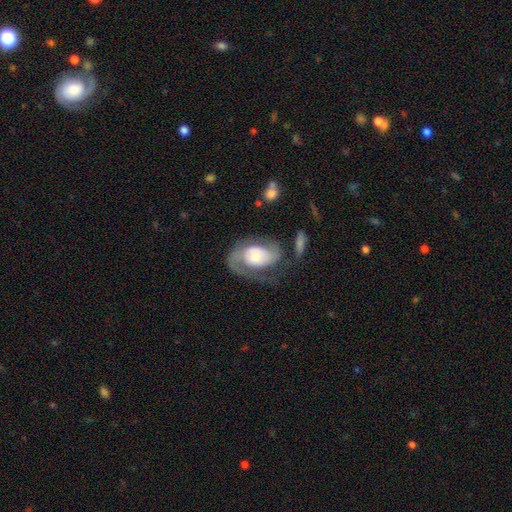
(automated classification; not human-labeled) This is likely a featured or disk galaxy (77%). It is clearly not viewed edge-on (97%). Bar: likely no (66%). Spiral arm pattern: clearly yes (91%). Spiral arm count: likely 2 (65%). Spiral winding: marginally medium (44%). Central bulge: marginally moderate (37%). Merging: marginally none (43%).